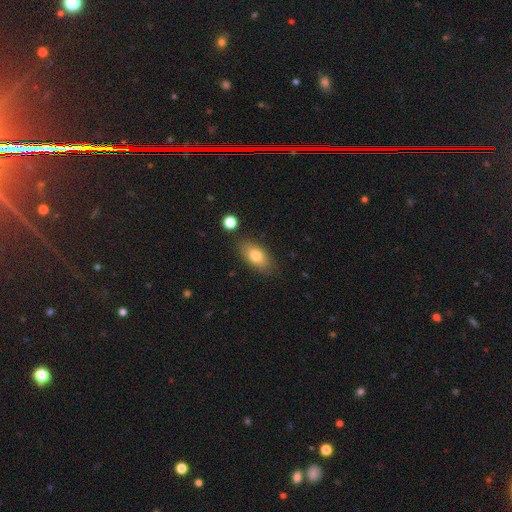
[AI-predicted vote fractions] Overall: smooth (77%). How rounded: in between (87%). Merging: none (83%).